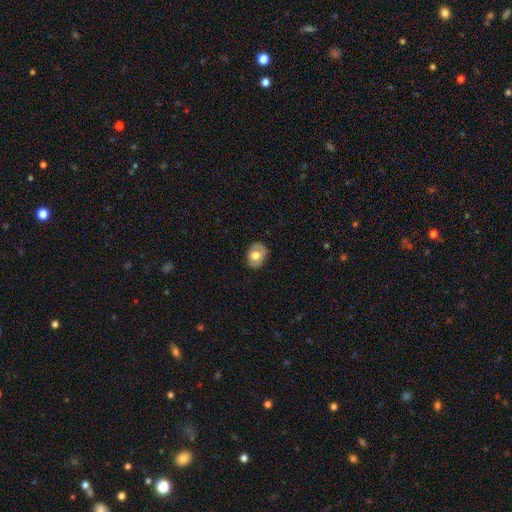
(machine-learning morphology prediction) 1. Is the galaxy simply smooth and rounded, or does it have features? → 67% smooth, 26% featured or disk, 7% star or artifact.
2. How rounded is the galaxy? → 62% in between, 37% round, 1% cigar-shaped.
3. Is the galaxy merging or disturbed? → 83% none, 13% minor disturbance, 3% major disturbance, 1% merger.